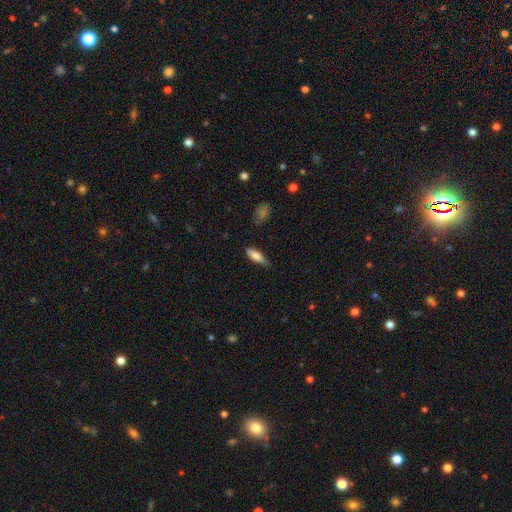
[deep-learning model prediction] Overall: smooth (75%). How rounded: in between (63%; cigar-shaped 35%). Merging: none (69%).